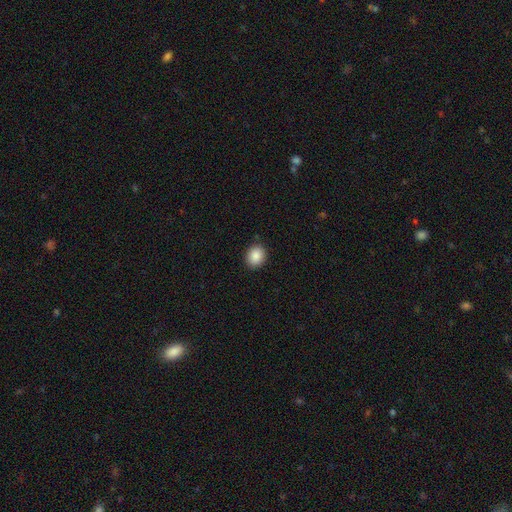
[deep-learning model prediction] Smooth or featured: smooth — 88% (star or artifact — 8%)
How rounded: round — 60% (in between — 39%)
Merging: none — 90% (minor disturbance — 7%)